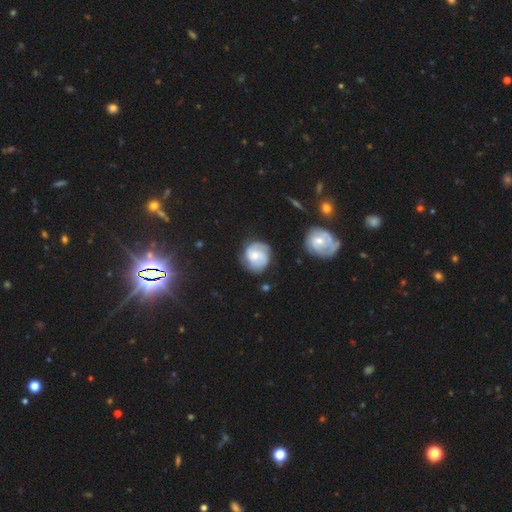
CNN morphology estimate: Smooth or featured? Predicted: featured or disk (p=0.66). Edge-on disk? Predicted: no (p=0.98). Bar? Predicted: no (p=0.60). Spiral arms? Predicted: yes (p=0.93). Spiral winding? Predicted: tight (p=0.50). Spiral arm count? Predicted: 2 (p=0.52). Bulge size? Predicted: moderate (p=0.46). Merging? Predicted: none (p=0.70).